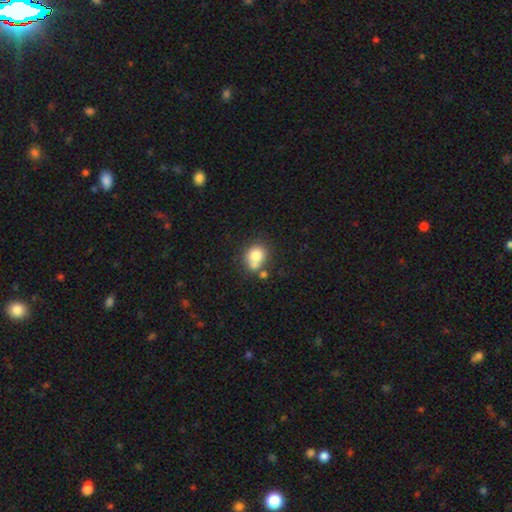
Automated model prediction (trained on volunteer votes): A smooth galaxy with no disk features (76%) that is round (69%).

Vote fractions:
- Smooth or featured? smooth: 76% / featured or disk: 14% / star or artifact: 10%
- How rounded? round: 69% / in between: 30% / cigar-shaped: 1%
- Merging? none: 45% / merger: 36% / minor disturbance: 13% / major disturbance: 5%